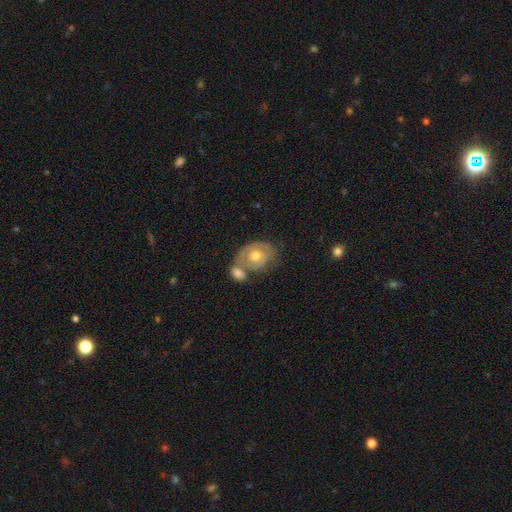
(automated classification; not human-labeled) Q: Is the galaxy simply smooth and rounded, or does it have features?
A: featured or disk — 55%.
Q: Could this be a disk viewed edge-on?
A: no — 95%.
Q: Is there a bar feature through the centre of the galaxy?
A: no — 86%.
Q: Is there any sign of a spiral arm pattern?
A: no — 54%.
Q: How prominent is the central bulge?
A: moderate — 75%.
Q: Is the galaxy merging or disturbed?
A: none — 42%.